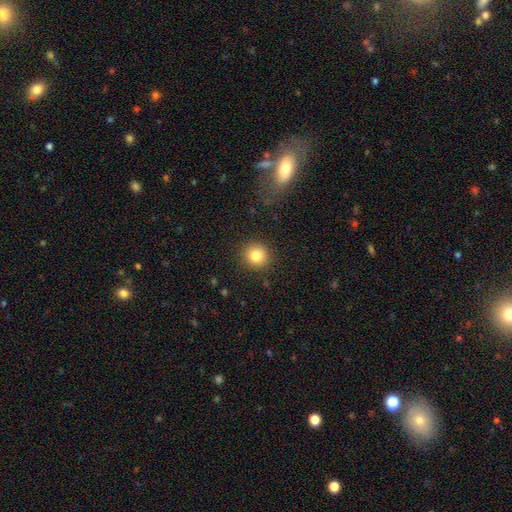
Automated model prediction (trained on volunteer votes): A smooth galaxy with no disk features (82%) that is round (92%). Merging: none (89%).